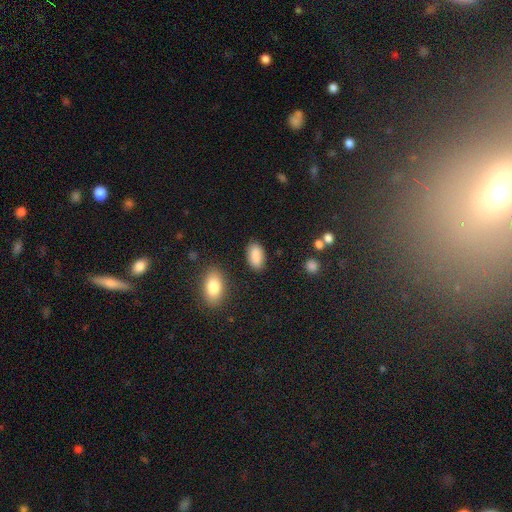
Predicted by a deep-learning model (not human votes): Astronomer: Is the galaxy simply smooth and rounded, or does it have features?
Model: smooth — 88%.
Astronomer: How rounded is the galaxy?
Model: in between — 93%.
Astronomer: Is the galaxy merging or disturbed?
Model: none — 85%.